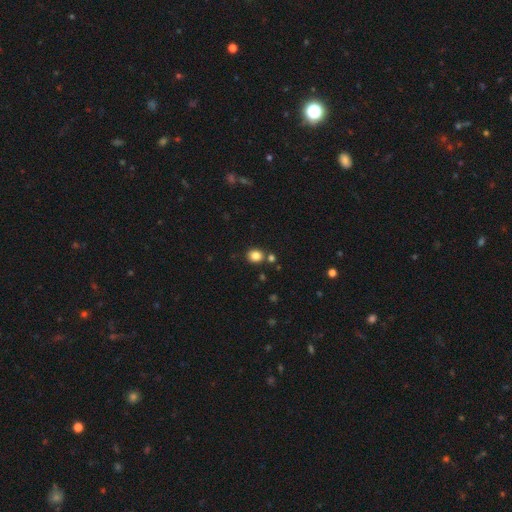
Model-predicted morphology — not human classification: Smooth or featured? smooth (84%)
How rounded? round (73%)
Merging? none (79%)